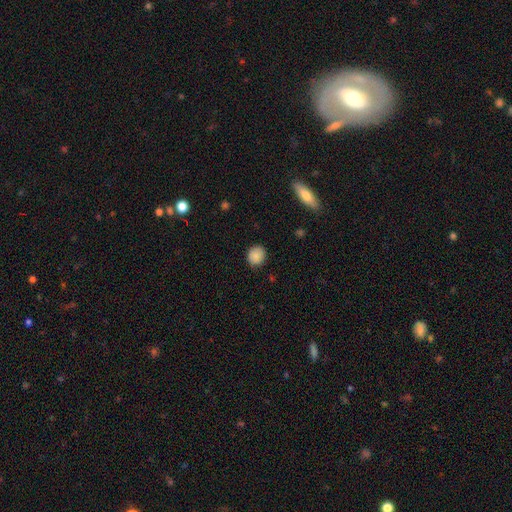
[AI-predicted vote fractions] A smooth galaxy with no disk features (87%) that is round (78%). Merging: none (86%).